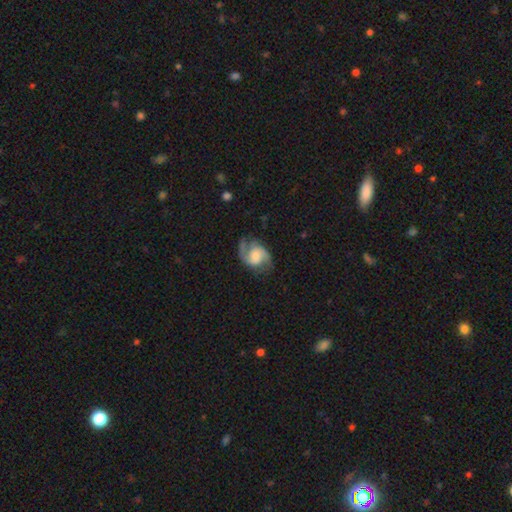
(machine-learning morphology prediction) Smooth or featured? featured or disk (84%)
Edge-on disk? no (98%)
Bar? no (53%)
Spiral arms? yes (97%)
Spiral winding? medium (52%)
Spiral arm count? 2 (90%)
Bulge size? moderate (32%)
Merging? none (71%)